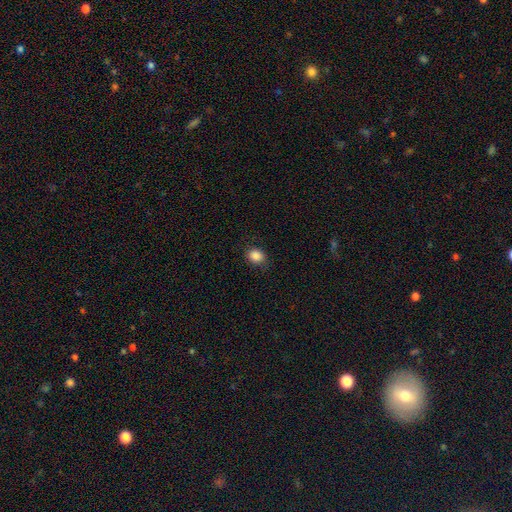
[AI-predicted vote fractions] This appears to be a smooth galaxy with no disk features (87%) that is round (65%). Merging: none (85%).